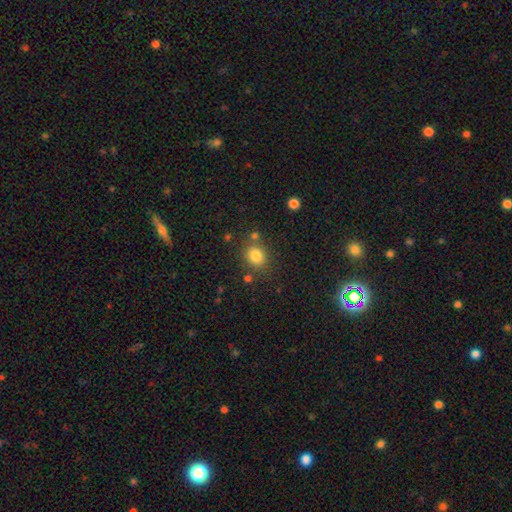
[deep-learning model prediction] A smooth galaxy with no disk features (81%) that is round (66%). Merging: none (76%).